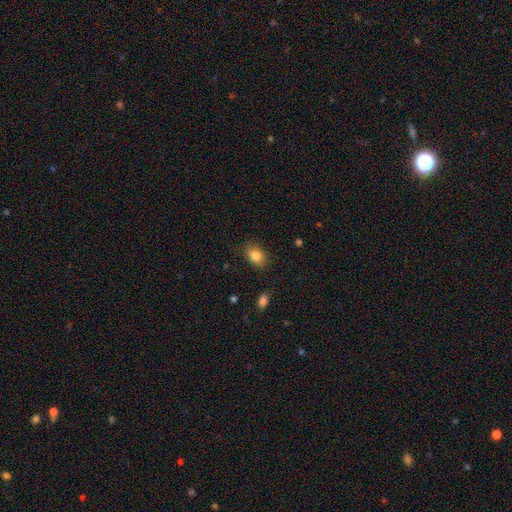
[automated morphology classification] This is clearly a smooth galaxy (84%). How rounded: likely in between (76%). Merging: clearly none (81%).